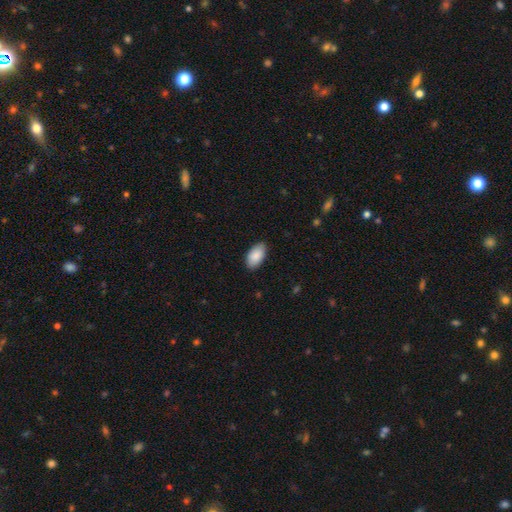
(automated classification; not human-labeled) Smooth or featured? Predicted: smooth (p=0.89). How rounded? Predicted: in between (p=0.95). Merging? Predicted: none (p=0.84).